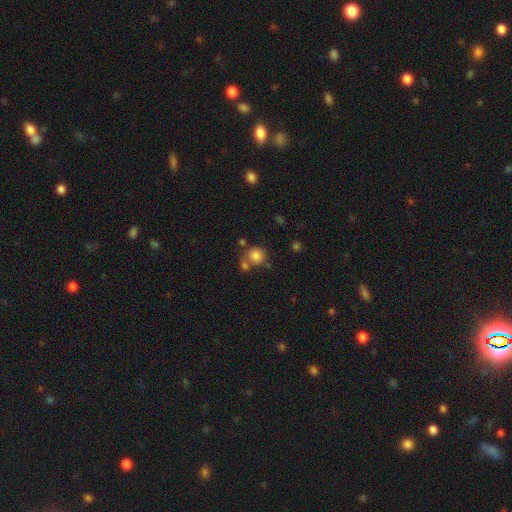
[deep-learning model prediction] Smooth or featured? Predicted: smooth (p=0.82). How rounded? Predicted: round (p=0.88). Merging? Predicted: none (p=0.58).